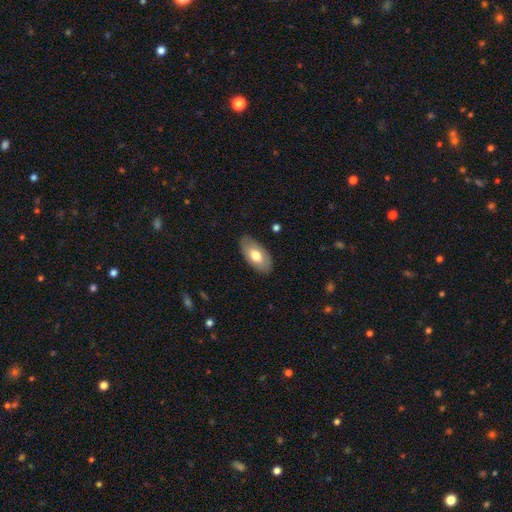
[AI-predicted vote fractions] Smooth or featured?
  - smooth: 67% *
  - featured or disk: 27%
  - star or artifact: 6%
How rounded?
  - in between: 94% *
  - round: 3%
  - cigar-shaped: 3%
Merging?
  - none: 83% *
  - minor disturbance: 13%
  - major disturbance: 3%
  - merger: 1%